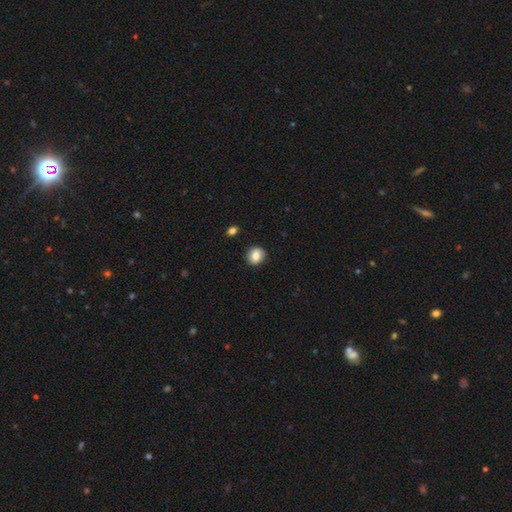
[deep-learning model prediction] smooth-or-featured: smooth: 78% | featured or disk: 13% | star or artifact: 9%
  how-rounded: round: 79% | in between: 20% | cigar-shaped: 1%
  merging: none: 84% | minor disturbance: 12% | major disturbance: 3% | merger: 1%